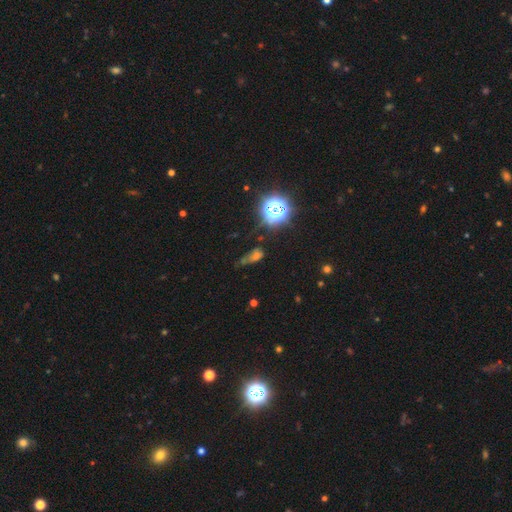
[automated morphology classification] smooth_or_featured: star or artifact (p=0.47) [alt: smooth p=0.34]